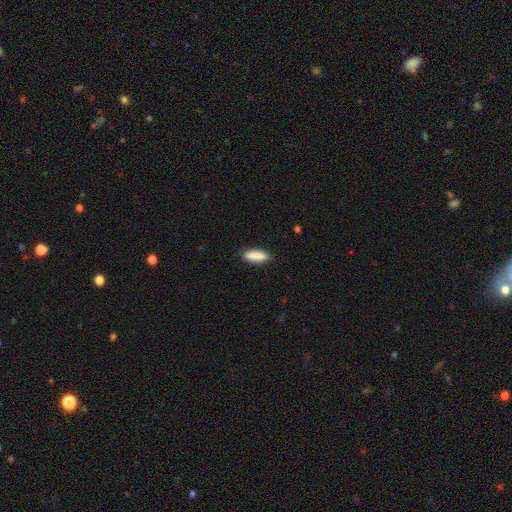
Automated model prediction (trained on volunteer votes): smooth_or_featured: smooth (p=0.89) [alt: star or artifact p=0.06]
how_rounded: in between (p=0.53) [alt: cigar-shaped p=0.45]
merging: none (p=0.88) [alt: minor disturbance p=0.09]